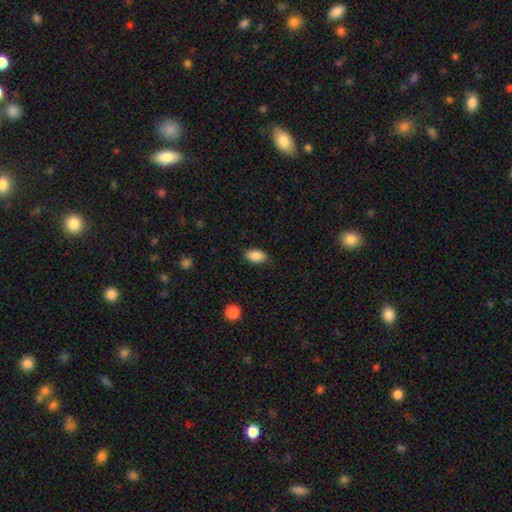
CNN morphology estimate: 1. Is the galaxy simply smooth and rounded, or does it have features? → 88% smooth, 8% star or artifact, 5% featured or disk.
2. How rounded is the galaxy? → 91% in between, 7% round, 2% cigar-shaped.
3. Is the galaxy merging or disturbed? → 79% none, 16% minor disturbance, 3% major disturbance, 1% merger.